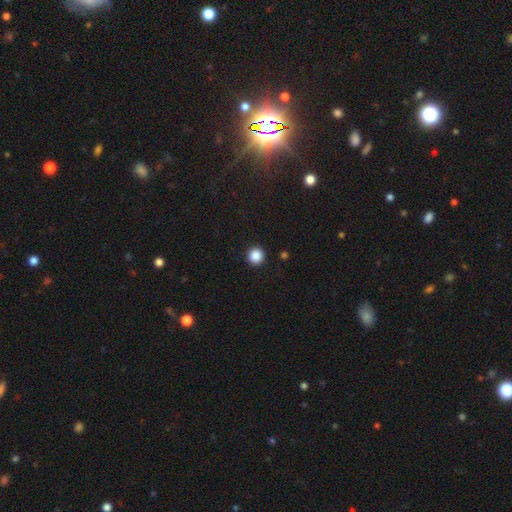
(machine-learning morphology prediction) smooth_or_featured: smooth (p=0.87) [alt: star or artifact p=0.10]
how_rounded: round (p=0.96) [alt: in between p=0.03]
merging: none (p=0.93) [alt: minor disturbance p=0.04]